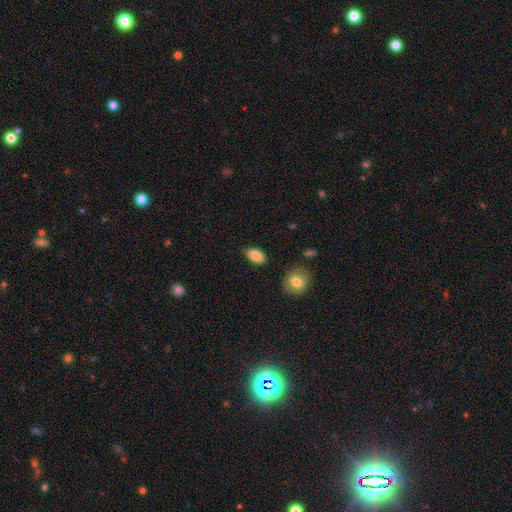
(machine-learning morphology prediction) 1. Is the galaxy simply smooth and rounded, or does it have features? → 88% smooth, 8% star or artifact, 5% featured or disk.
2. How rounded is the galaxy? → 91% in between, 7% round, 3% cigar-shaped.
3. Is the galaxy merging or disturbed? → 76% none, 18% minor disturbance, 3% major disturbance, 2% merger.